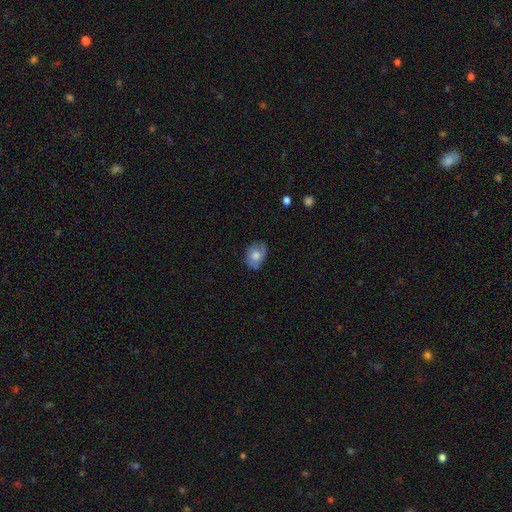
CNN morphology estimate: The model was most divided on "how rounded": in between: 69%, round: 30%, cigar-shaped: 1%. More confident: merging — none (70%); smooth or featured — smooth (65%).